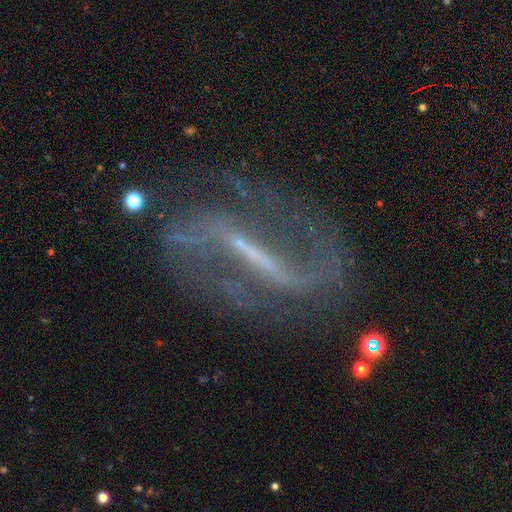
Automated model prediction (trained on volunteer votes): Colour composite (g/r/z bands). It shows a featured or disk galaxy (87%) with a strong bar (73%), 2 (89%) loose (52%) spiral arms (92%) and a small central bulge (45%). Merging: none (69%).